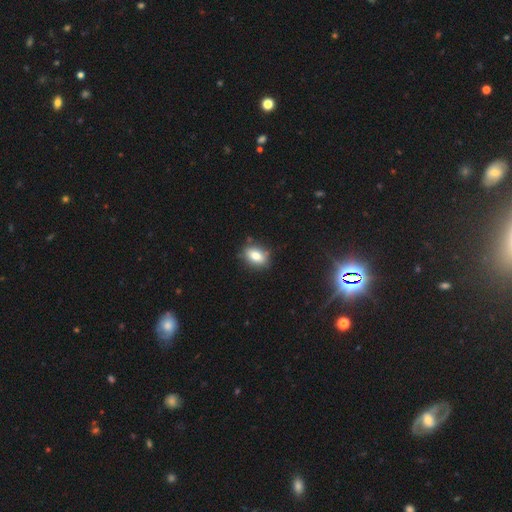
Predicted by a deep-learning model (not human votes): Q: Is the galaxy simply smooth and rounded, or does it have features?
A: smooth — 80%.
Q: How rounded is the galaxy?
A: in between — 82%.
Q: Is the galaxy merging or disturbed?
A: none — 81%.